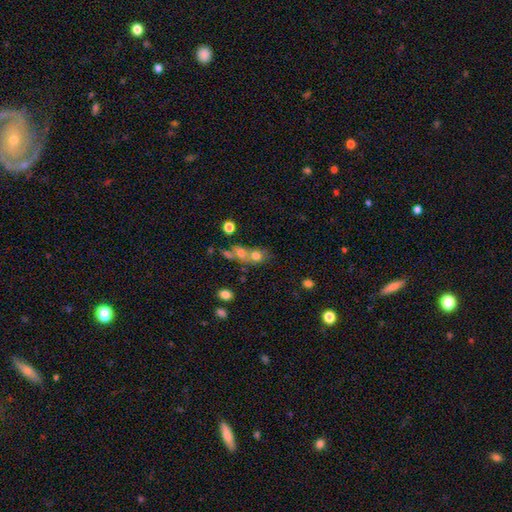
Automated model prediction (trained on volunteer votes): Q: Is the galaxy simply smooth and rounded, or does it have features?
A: smooth — 68%.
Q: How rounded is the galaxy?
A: round — 57%.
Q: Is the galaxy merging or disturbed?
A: merger — 57%.